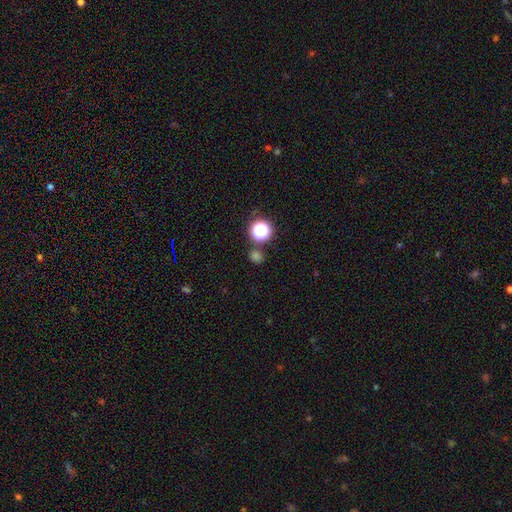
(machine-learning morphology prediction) This is possibly a smooth galaxy (52%). How rounded: clearly round (83%). Merging: clearly none (81%).